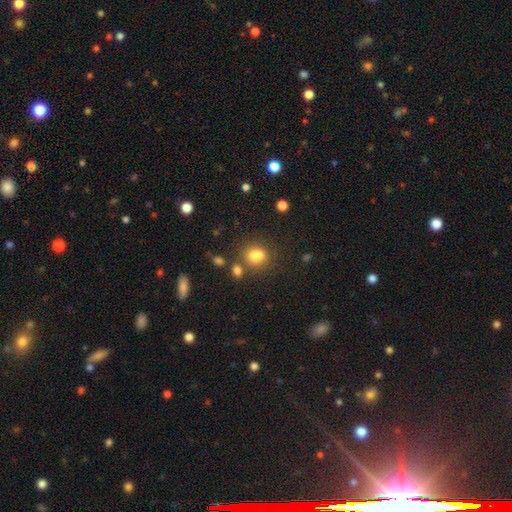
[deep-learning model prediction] The model was most divided on "how rounded": round: 53%, in between: 45%, cigar-shaped: 1%. More confident: smooth or featured — smooth (80%); merging — none (61%).